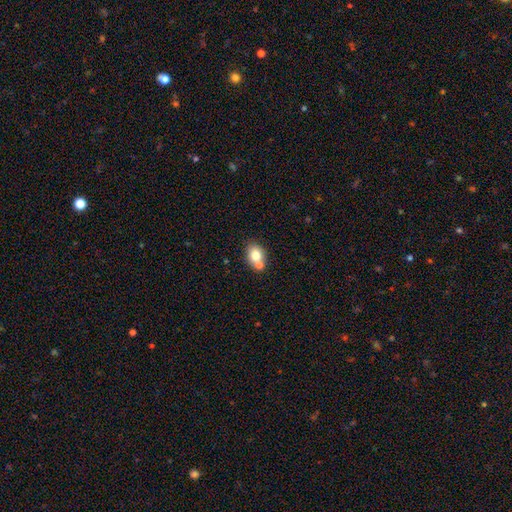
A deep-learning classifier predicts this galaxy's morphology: smooth_or_featured: smooth (p=0.77) [alt: featured or disk p=0.13]
how_rounded: in between (p=0.55) [alt: round p=0.44]
merging: none (p=0.56) [alt: merger p=0.30]